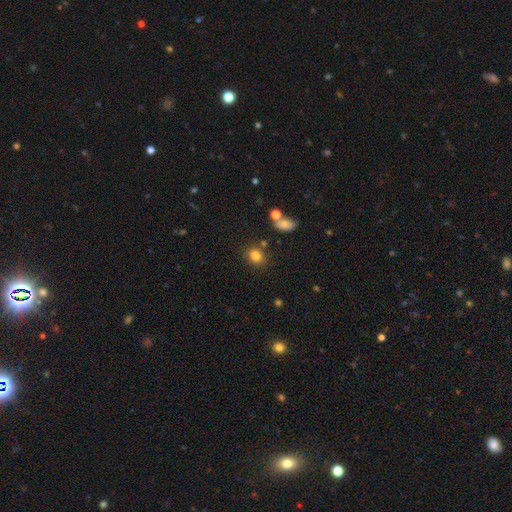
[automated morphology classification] smooth-or-featured: smooth: 81% | star or artifact: 12% | featured or disk: 7%
  how-rounded: round: 64% | in between: 35% | cigar-shaped: 1%
  merging: none: 78% | minor disturbance: 11% | merger: 8% | major disturbance: 3%